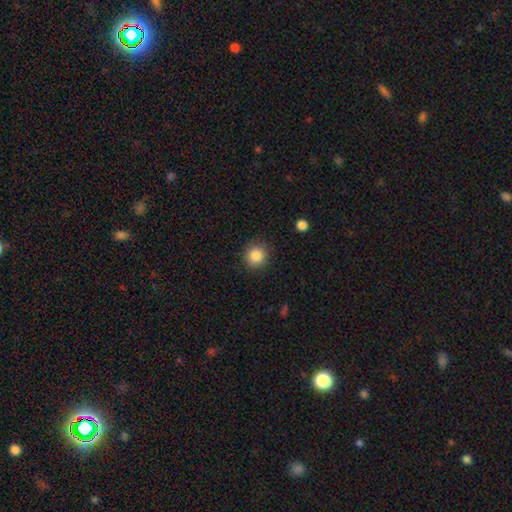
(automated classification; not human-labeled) Smooth or featured?
  - smooth: 86% *
  - star or artifact: 10%
  - featured or disk: 4%
How rounded?
  - round: 92% *
  - in between: 7%
  - cigar-shaped: 1%
Merging?
  - none: 90% *
  - minor disturbance: 6%
  - major disturbance: 2%
  - merger: 1%